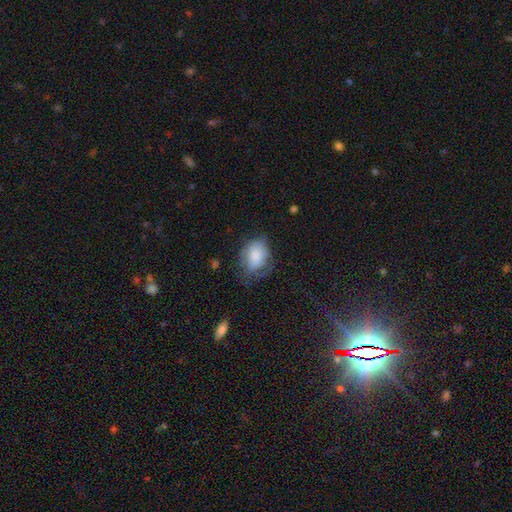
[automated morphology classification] A smooth galaxy with no disk features (71%) that is in between round and cigar-shaped (70%). Merging: none (41%).